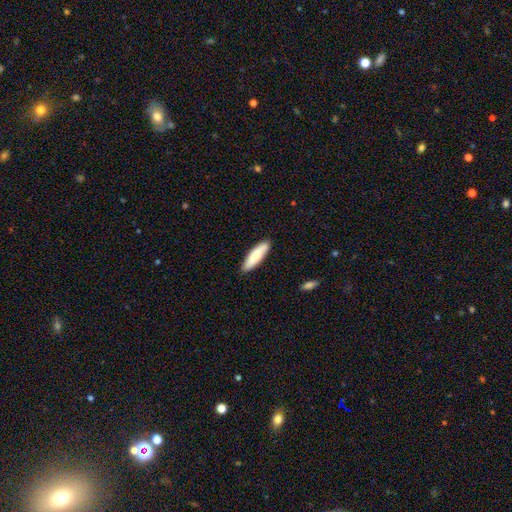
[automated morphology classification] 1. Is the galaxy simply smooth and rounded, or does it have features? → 81% smooth, 14% featured or disk, 5% star or artifact.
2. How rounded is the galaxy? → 62% cigar-shaped, 36% in between, 1% round.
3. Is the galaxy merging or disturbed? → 87% none, 10% minor disturbance, 2% major disturbance, 1% merger.